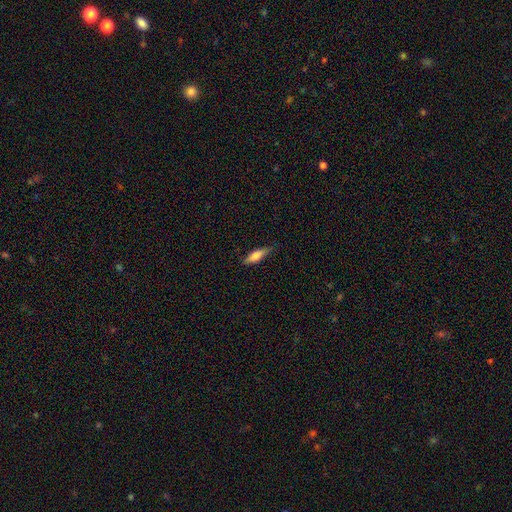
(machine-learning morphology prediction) Smooth or featured? smooth (68%)
How rounded? cigar-shaped (57%)
Merging? none (78%)